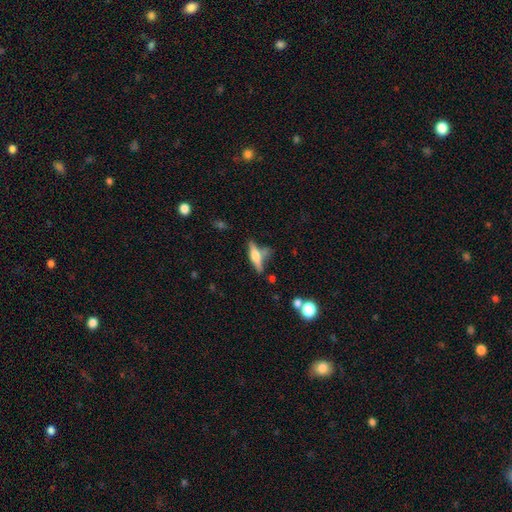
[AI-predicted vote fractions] Q: Smooth or featured?
A: featured or disk (49%); runner-up: smooth (43%)
Q: Merging?
A: none (61%); runner-up: minor disturbance (18%)